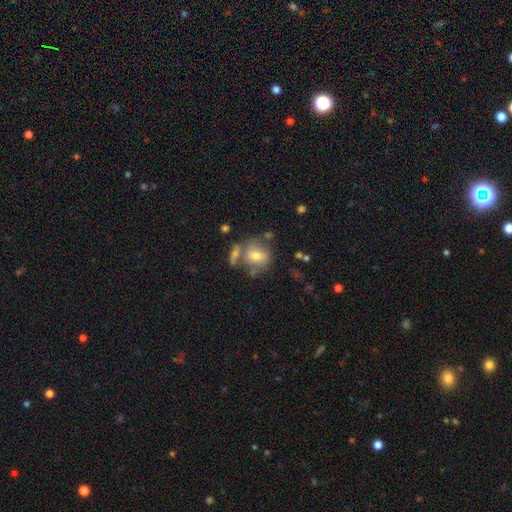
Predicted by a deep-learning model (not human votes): Morphology: type=smooth (62%); roundness=round (65%); merging=none (52%).